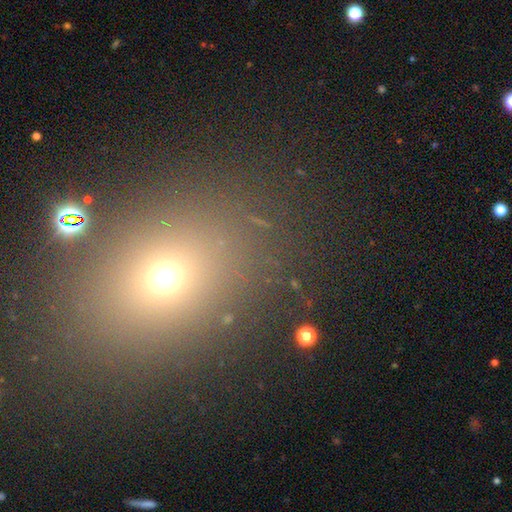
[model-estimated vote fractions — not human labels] A smooth galaxy with no disk features (54%) that is round (62%). Merging: none (83%).